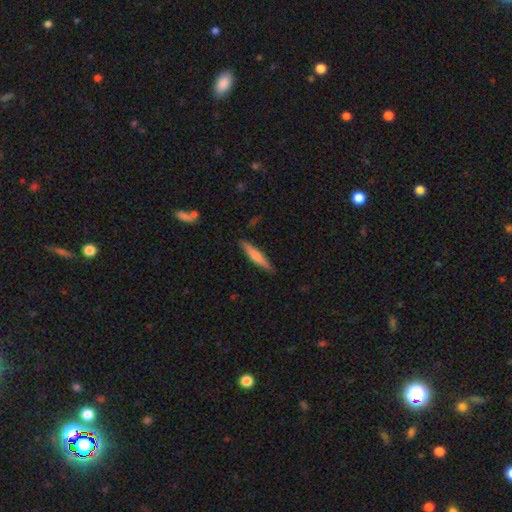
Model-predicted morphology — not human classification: Smooth or featured? Predicted: smooth (p=0.62). How rounded? Predicted: cigar-shaped (p=0.91). Merging? Predicted: none (p=0.89).